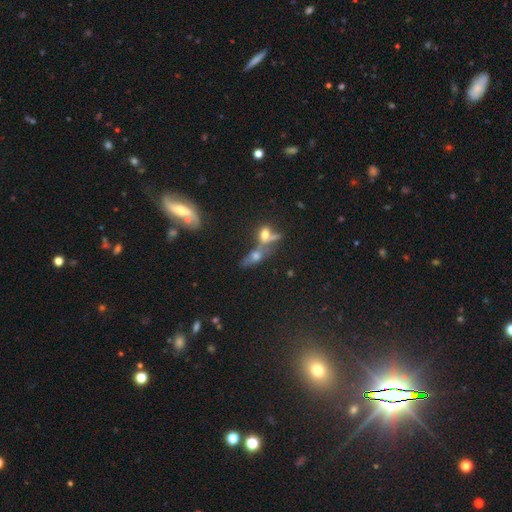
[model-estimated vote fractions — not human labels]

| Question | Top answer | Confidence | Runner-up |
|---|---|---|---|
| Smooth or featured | smooth | 50% | featured or disk (30%) |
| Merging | merger | 50% | none (30%) |